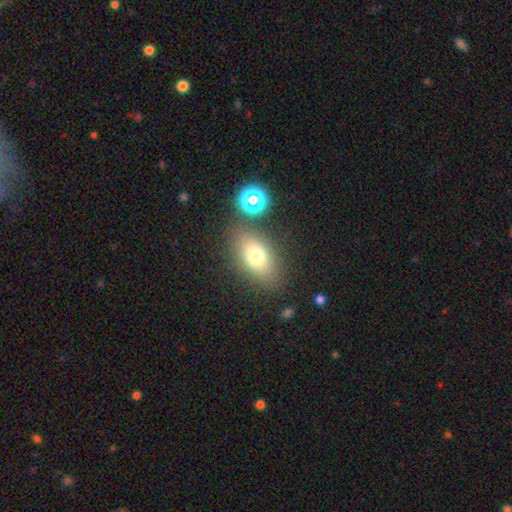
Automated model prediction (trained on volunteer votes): Smooth or featured? smooth (72%)
How rounded? in between (81%)
Merging? none (78%)